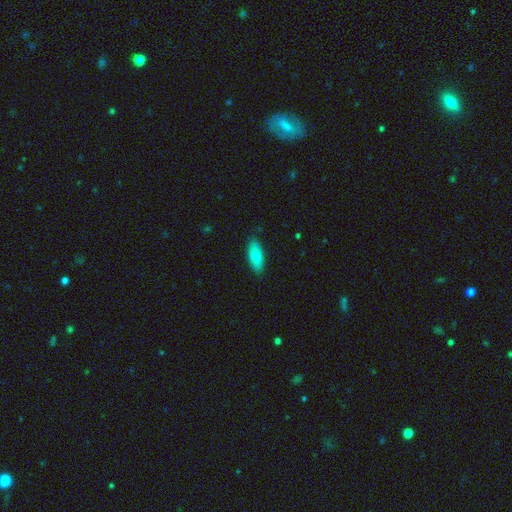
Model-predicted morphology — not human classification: Smooth or featured?
  - smooth: 80% *
  - featured or disk: 14%
  - star or artifact: 6%
How rounded?
  - in between: 78% *
  - cigar-shaped: 20%
  - round: 2%
Merging?
  - none: 87% *
  - minor disturbance: 10%
  - major disturbance: 2%
  - merger: 1%